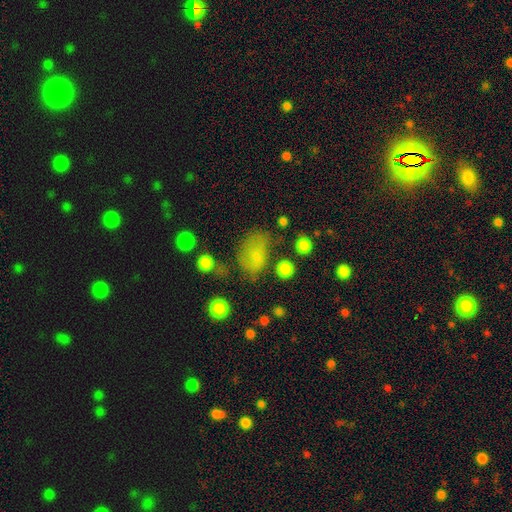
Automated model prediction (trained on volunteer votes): Overall: smooth (66%). How rounded: in between (77%). Merging: none (46%; minor disturbance 28%).